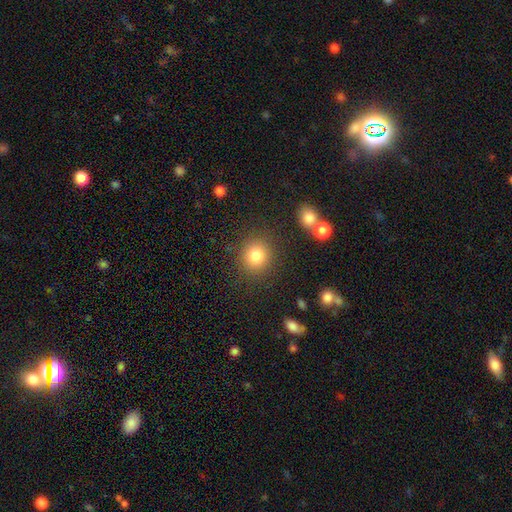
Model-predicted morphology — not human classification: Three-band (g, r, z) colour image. It shows a smooth galaxy with no disk features (81%) that is round (86%). Merging: none (84%).